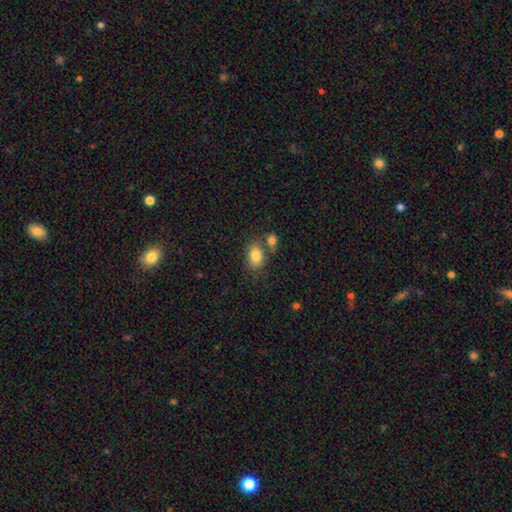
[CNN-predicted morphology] Smooth or featured: smooth — 83% (featured or disk — 9%)
How rounded: in between — 82% (round — 16%)
Merging: none — 56% (merger — 25%)